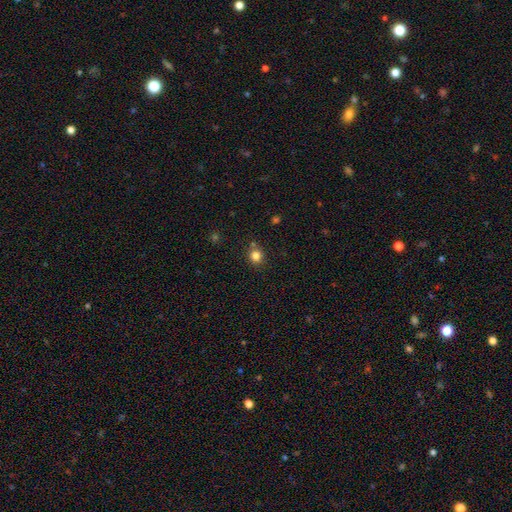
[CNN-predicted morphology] Q: Smooth or featured?
A: smooth (82%); runner-up: star or artifact (13%)
Q: How rounded?
A: round (87%); runner-up: in between (12%)
Q: Merging?
A: none (78%); runner-up: minor disturbance (11%)